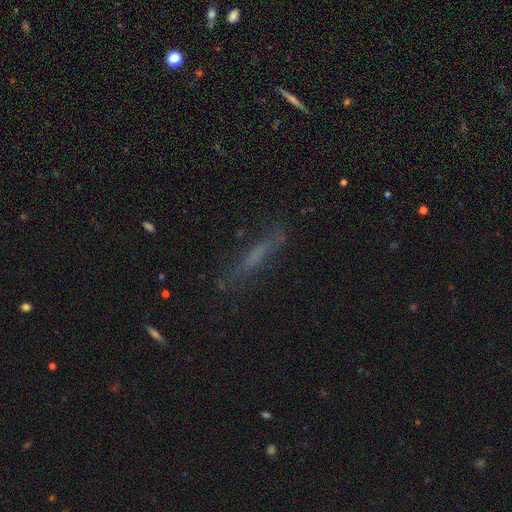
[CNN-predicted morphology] smooth_or_featured: smooth (p=0.45) [alt: featured or disk p=0.37]
merging: none (p=0.68) [alt: minor disturbance p=0.19]